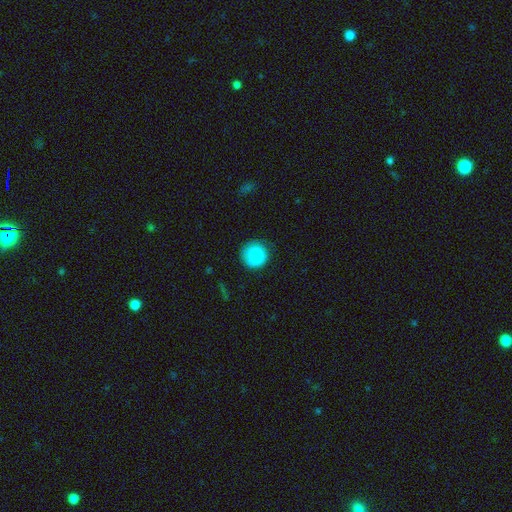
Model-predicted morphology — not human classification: Smooth or featured: smooth — 88% (star or artifact — 8%)
How rounded: round — 94% (in between — 5%)
Merging: none — 85% (minor disturbance — 11%)